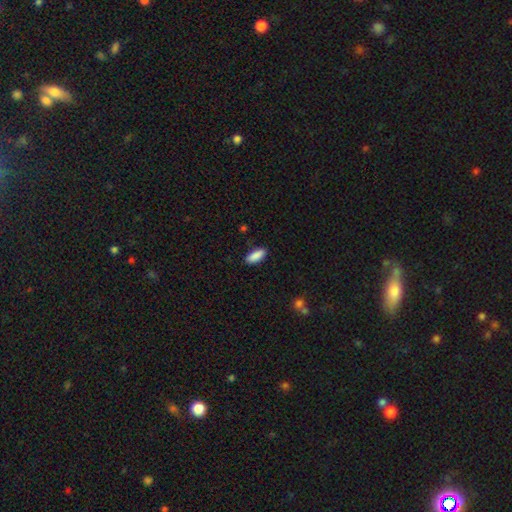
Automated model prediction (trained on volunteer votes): Q: Smooth or featured?
A: smooth (89%); runner-up: star or artifact (6%)
Q: How rounded?
A: in between (77%); runner-up: cigar-shaped (22%)
Q: Merging?
A: none (86%); runner-up: minor disturbance (11%)